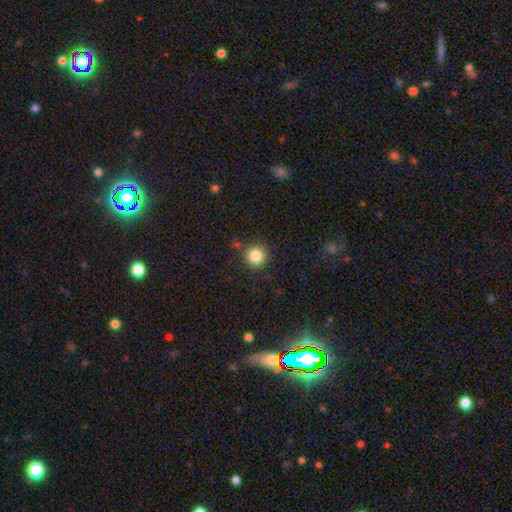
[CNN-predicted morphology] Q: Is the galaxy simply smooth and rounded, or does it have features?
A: smooth — 84%.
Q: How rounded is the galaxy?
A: round — 94%.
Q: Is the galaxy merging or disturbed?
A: none — 86%.